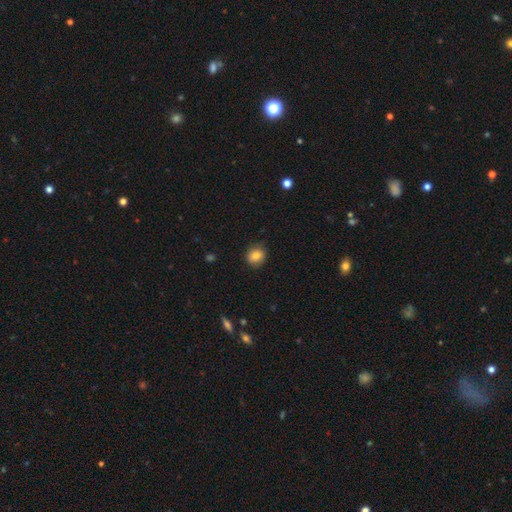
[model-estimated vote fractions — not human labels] A smooth galaxy with no disk features (84%) that is round (73%). Merging: none (84%).